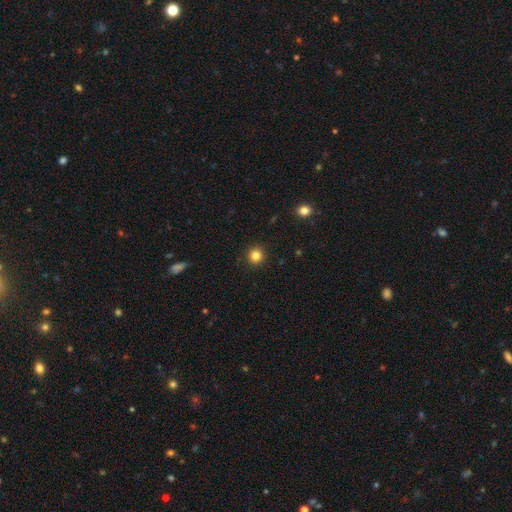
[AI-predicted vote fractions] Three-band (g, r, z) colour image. It shows a smooth galaxy with no disk features (84%) that is round (94%). Merging: none (92%).